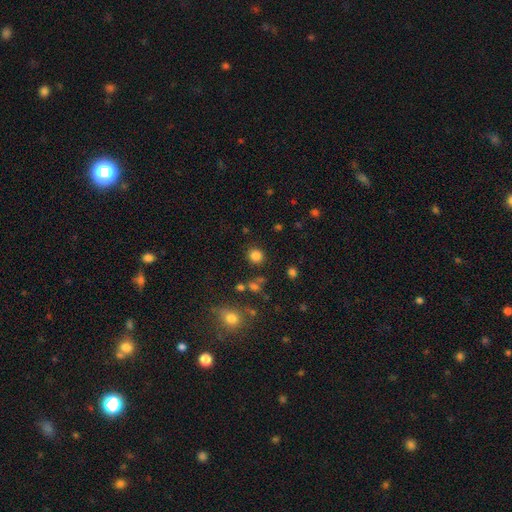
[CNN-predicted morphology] Smooth or featured: smooth — 82% (star or artifact — 13%)
How rounded: round — 87% (in between — 12%)
Merging: none — 86% (minor disturbance — 7%)